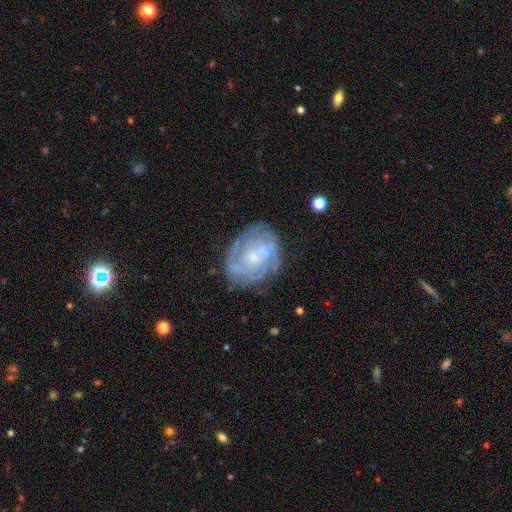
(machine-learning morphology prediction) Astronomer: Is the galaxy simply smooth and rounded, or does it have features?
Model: featured or disk — 78%.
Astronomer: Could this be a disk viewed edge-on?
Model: no — 97%.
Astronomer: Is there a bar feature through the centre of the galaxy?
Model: no — 60%.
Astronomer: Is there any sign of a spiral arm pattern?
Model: yes — 83%.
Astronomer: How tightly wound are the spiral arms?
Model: tight — 56% (runner-up: medium, 34%).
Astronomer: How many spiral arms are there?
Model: can't tell — 45% (runner-up: 2, 20%).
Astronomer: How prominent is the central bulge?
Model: small — 63%.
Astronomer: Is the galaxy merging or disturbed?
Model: none — 69%.